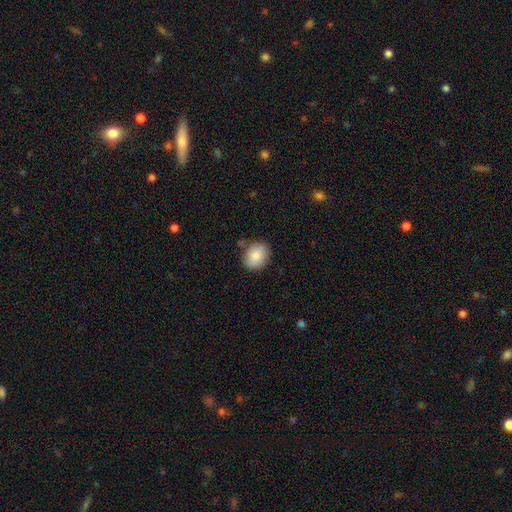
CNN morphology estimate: Smooth or featured? Predicted: smooth (p=0.83). How rounded? Predicted: round (p=0.53). Merging? Predicted: none (p=0.80).